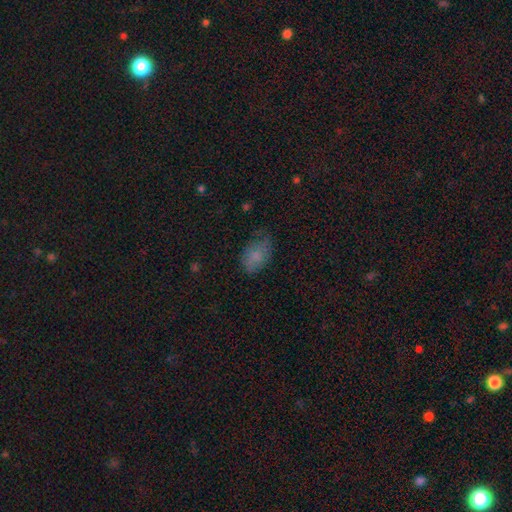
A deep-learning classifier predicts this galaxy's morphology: type=smooth (76%); roundness=in between (88%); merging=none (55%).